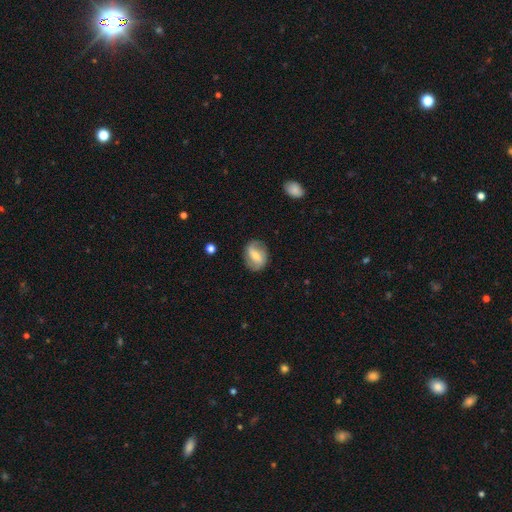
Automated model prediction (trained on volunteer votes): Smooth or featured: featured or disk — 59% (smooth — 34%)
Edge-on disk: no — 95% (yes — 5%)
Bar: strong — 43% (weak — 38%)
Spiral arms: yes — 77% (no — 23%)
Bulge size: small — 50% (moderate — 39%)
Merging: none — 78% (minor disturbance — 16%)